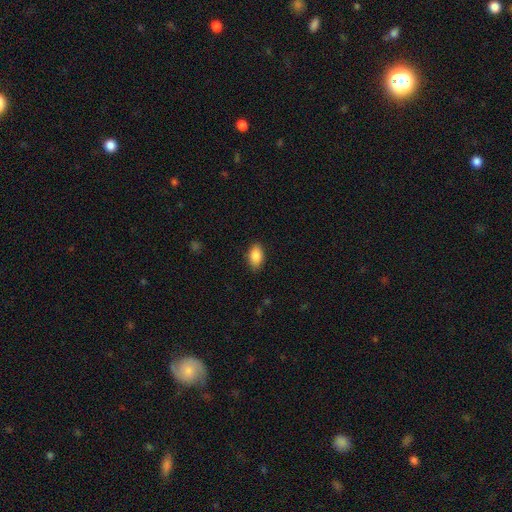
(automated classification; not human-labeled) Smooth or featured? Predicted: smooth (p=0.87). How rounded? Predicted: in between (p=0.91). Merging? Predicted: none (p=0.87).